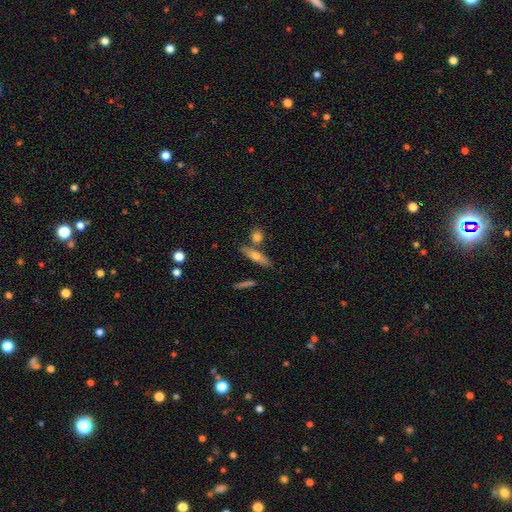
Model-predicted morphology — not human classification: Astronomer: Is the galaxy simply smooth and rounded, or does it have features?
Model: smooth — 57% (runner-up: featured or disk, 36%).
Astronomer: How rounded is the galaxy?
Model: cigar-shaped — 69%.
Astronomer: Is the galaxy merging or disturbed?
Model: none — 71%.